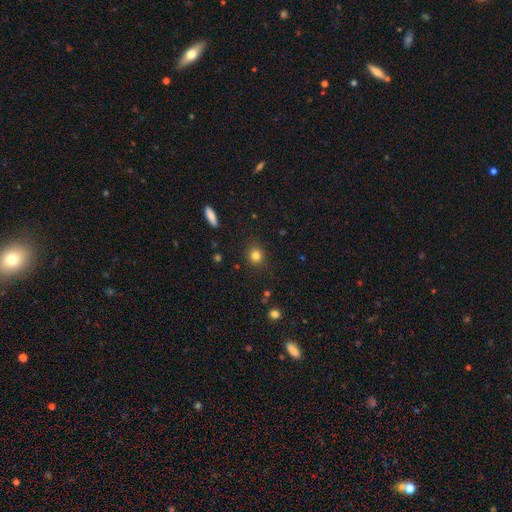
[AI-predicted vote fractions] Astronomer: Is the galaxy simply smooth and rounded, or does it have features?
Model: smooth — 82%.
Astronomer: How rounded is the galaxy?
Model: round — 84%.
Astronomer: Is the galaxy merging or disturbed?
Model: none — 88%.